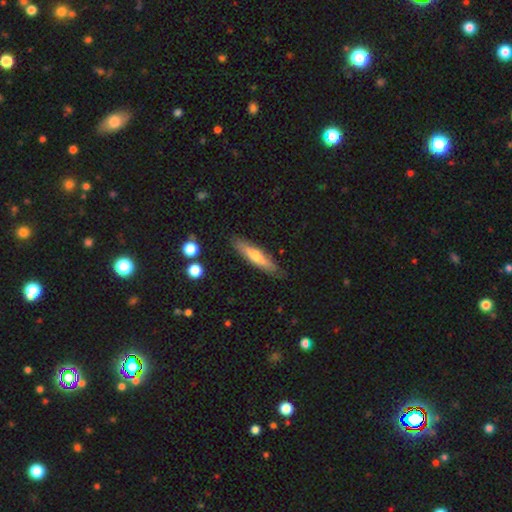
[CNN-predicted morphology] type=smooth (48%); merging=none (85%).